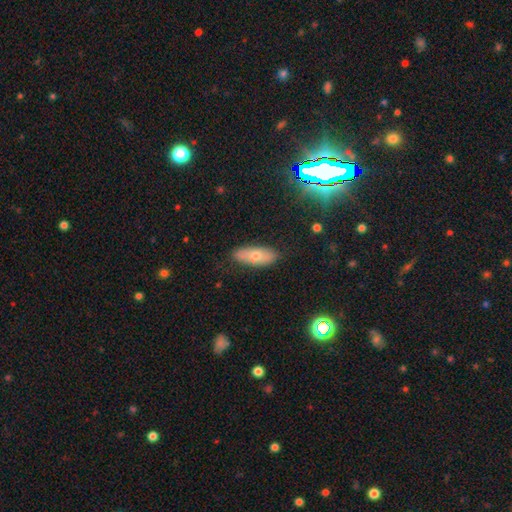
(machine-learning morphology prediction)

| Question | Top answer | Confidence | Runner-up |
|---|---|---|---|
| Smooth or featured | smooth | 60% | featured or disk (27%) |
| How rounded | in between | 74% | cigar-shaped (22%) |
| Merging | none | 82% | minor disturbance (14%) |